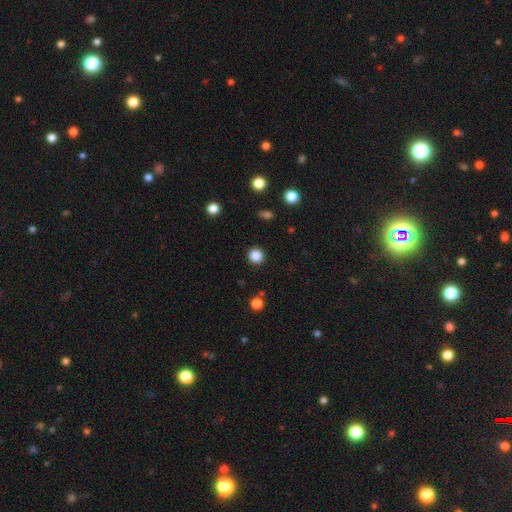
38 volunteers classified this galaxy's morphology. Smooth or featured: smooth — 84% (star or artifact — 11%)
How rounded: round — 88% (in between — 12%)
Merging: none — 97% (merger — 3%)